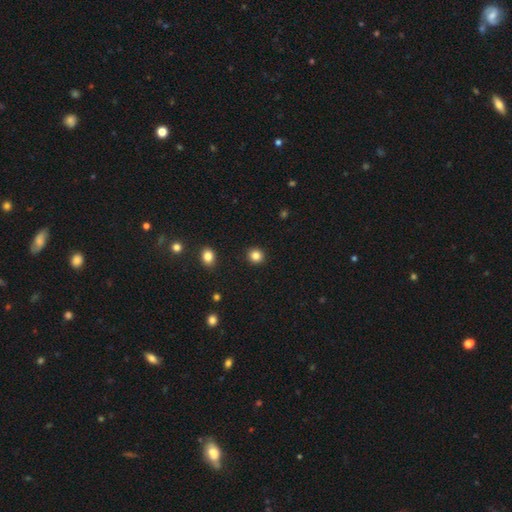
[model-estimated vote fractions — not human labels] smooth_or_featured: smooth (p=0.84) [alt: star or artifact p=0.12]
how_rounded: round (p=0.89) [alt: in between p=0.10]
merging: none (p=0.92) [alt: minor disturbance p=0.05]